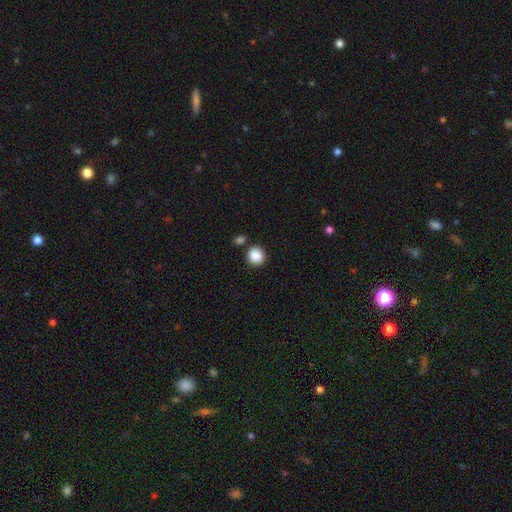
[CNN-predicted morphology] smooth_or_featured: smooth (p=0.88) [alt: star or artifact p=0.09]
how_rounded: round (p=0.82) [alt: in between p=0.17]
merging: none (p=0.78) [alt: minor disturbance p=0.10]